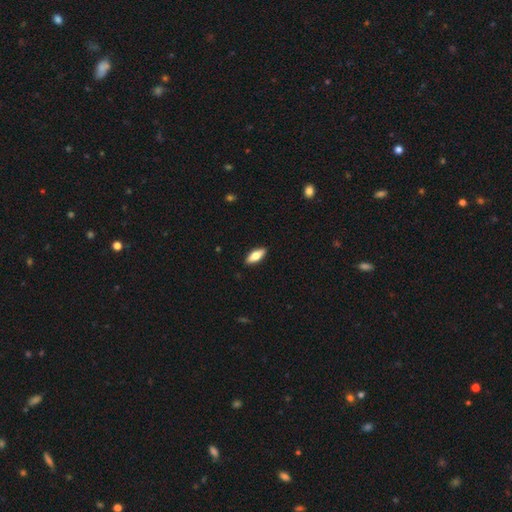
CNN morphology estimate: Q: Smooth or featured?
A: smooth (66%); runner-up: featured or disk (28%)
Q: How rounded?
A: in between (71%); runner-up: cigar-shaped (26%)
Q: Merging?
A: none (90%); runner-up: minor disturbance (7%)